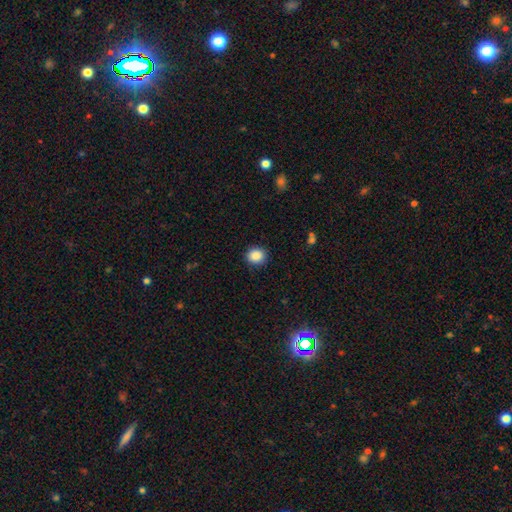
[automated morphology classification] The model was most divided on "how rounded": round: 80%, in between: 19%, cigar-shaped: 1%. More confident: merging — none (89%); smooth or featured — smooth (88%).